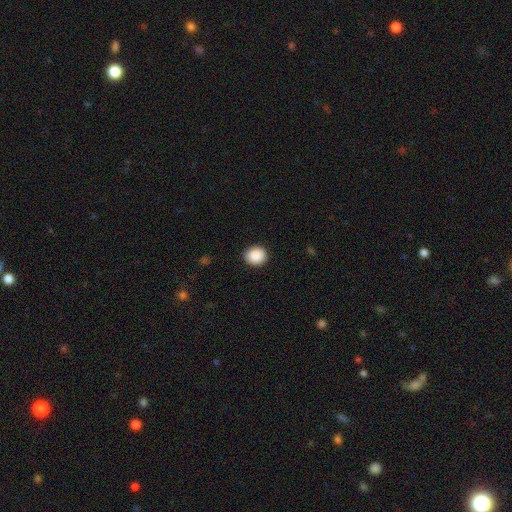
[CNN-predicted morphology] smooth_or_featured: smooth (p=0.90) [alt: star or artifact p=0.08]
how_rounded: round (p=0.78) [alt: in between p=0.21]
merging: none (p=0.91) [alt: minor disturbance p=0.07]